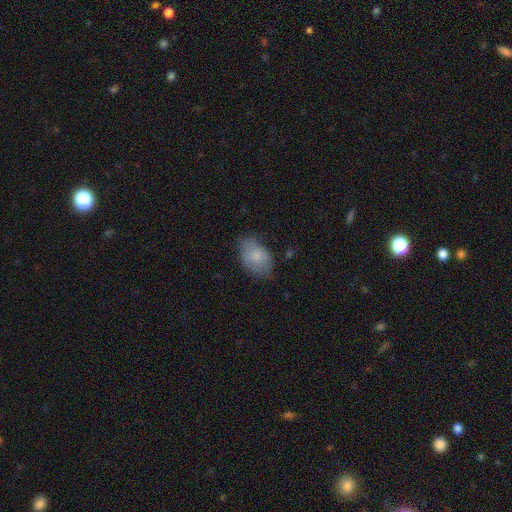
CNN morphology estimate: Smooth or featured?
  - smooth: 77% *
  - featured or disk: 16%
  - star or artifact: 7%
How rounded?
  - in between: 88% *
  - round: 11%
  - cigar-shaped: 1%
Merging?
  - none: 63% *
  - minor disturbance: 28%
  - major disturbance: 8%
  - merger: 2%